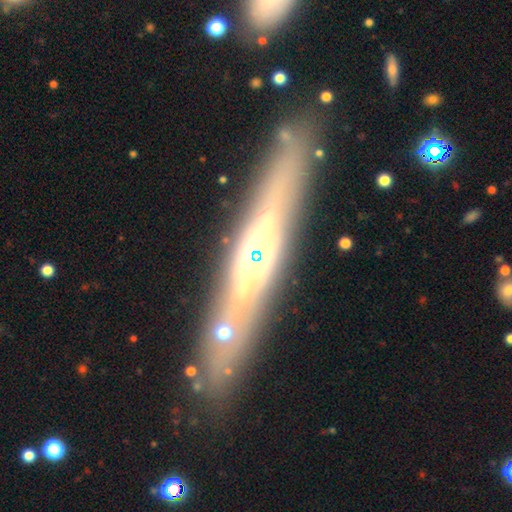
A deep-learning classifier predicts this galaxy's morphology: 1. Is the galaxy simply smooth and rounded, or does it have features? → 73% featured or disk, 16% smooth, 11% star or artifact.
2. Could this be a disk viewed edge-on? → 87% yes, 13% no.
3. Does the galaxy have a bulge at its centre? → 45% rounded, 39% none, 15% boxy.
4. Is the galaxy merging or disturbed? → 85% none, 10% minor disturbance, 3% major disturbance, 3% merger.